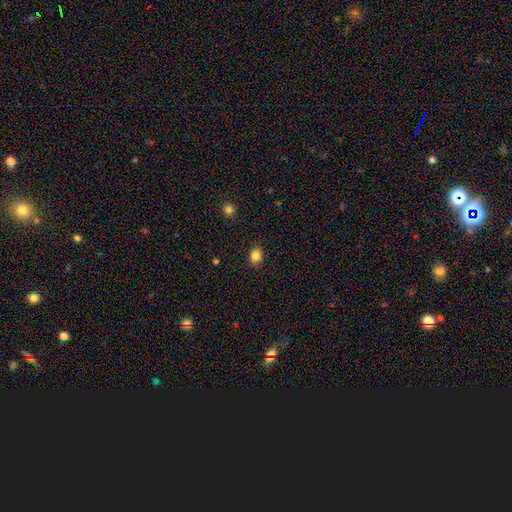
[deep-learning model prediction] smooth_or_featured: smooth (p=0.84) [alt: star or artifact p=0.12]
how_rounded: round (p=0.58) [alt: in between p=0.41]
merging: none (p=0.86) [alt: minor disturbance p=0.11]